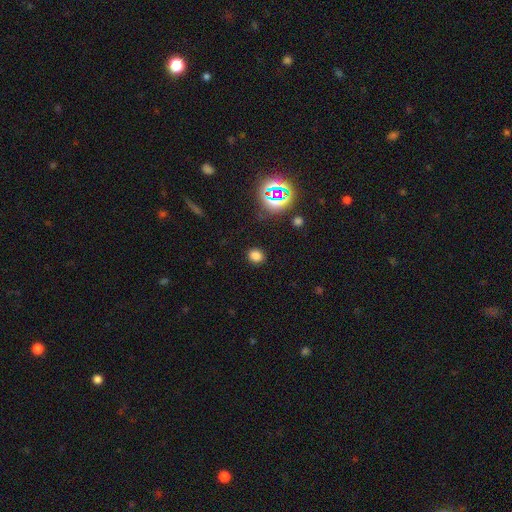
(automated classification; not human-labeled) Overall: smooth (75%). How rounded: round (67%; in between 32%). Merging: none (88%).